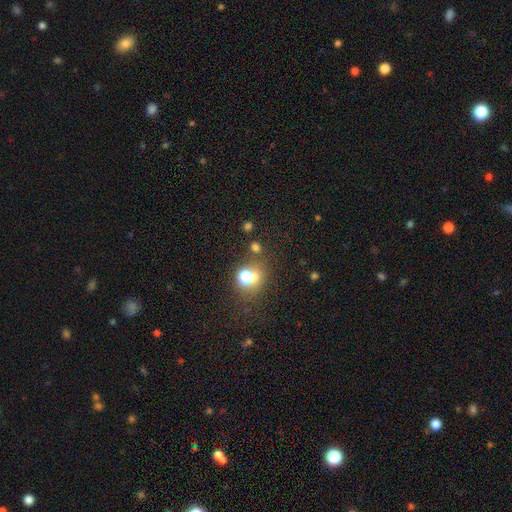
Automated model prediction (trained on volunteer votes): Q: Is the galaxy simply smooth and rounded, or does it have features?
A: smooth — 55%.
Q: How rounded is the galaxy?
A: round — 79%.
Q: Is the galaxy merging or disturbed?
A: none — 79%.